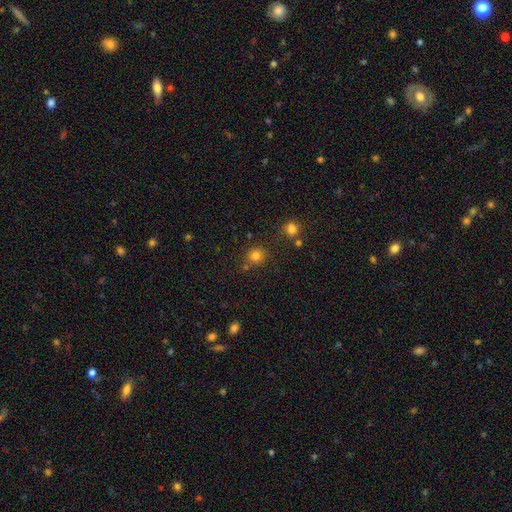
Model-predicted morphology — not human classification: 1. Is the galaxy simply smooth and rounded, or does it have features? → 80% smooth, 15% star or artifact, 6% featured or disk.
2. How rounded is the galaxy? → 88% round, 11% in between, 1% cigar-shaped.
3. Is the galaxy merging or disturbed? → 78% none, 10% minor disturbance, 9% merger, 4% major disturbance.